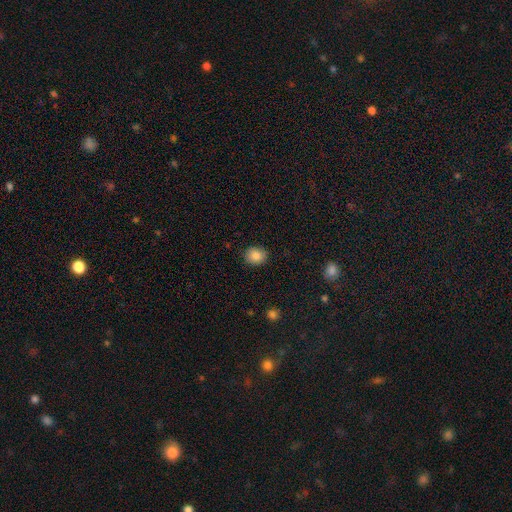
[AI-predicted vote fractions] A smooth galaxy with no disk features (85%) that is round (66%).

Vote fractions:
- Smooth or featured? smooth: 85% / star or artifact: 9% / featured or disk: 6%
- How rounded? round: 66% / in between: 33% / cigar-shaped: 1%
- Merging? none: 88% / minor disturbance: 9% / major disturbance: 2% / merger: 1%